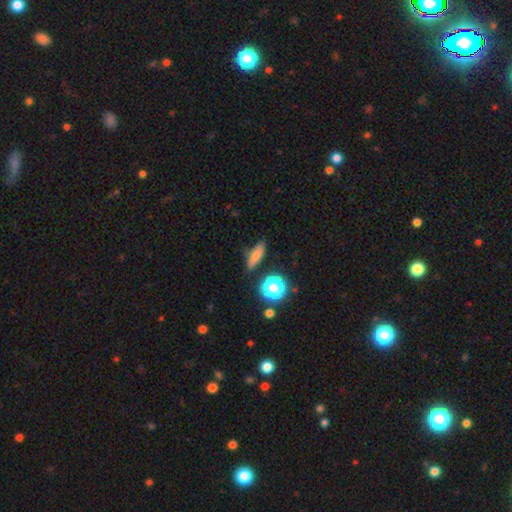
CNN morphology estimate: Smooth or featured? Predicted: smooth (p=0.74). How rounded? Predicted: in between (p=0.44). Merging? Predicted: none (p=0.78).